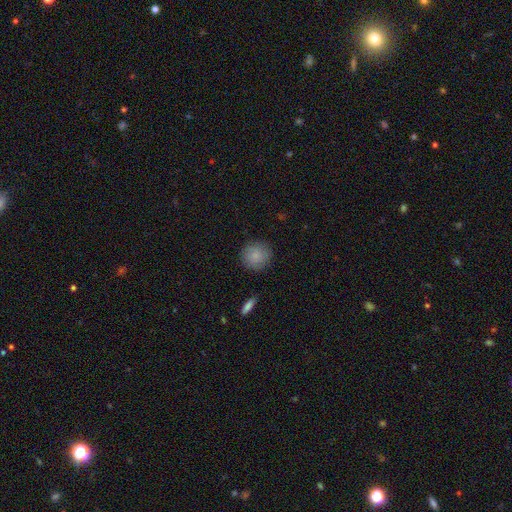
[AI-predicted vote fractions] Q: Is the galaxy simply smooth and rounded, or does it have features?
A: smooth — 85%.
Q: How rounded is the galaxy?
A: round — 91%.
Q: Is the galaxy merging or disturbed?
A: none — 87%.